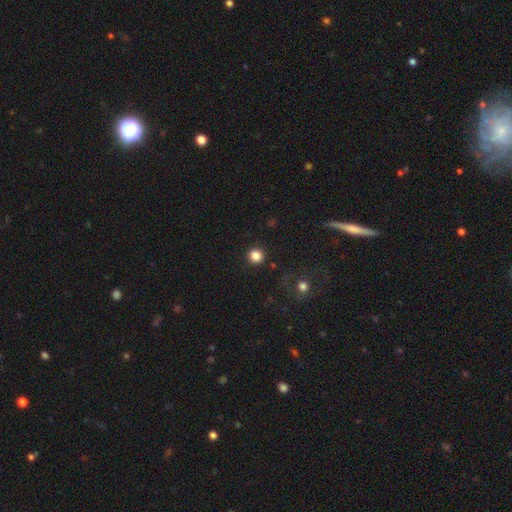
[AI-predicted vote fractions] The model was most divided on "smooth or featured": smooth: 85%, star or artifact: 12%, featured or disk: 4%. More confident: how rounded — round (94%); merging — none (92%).